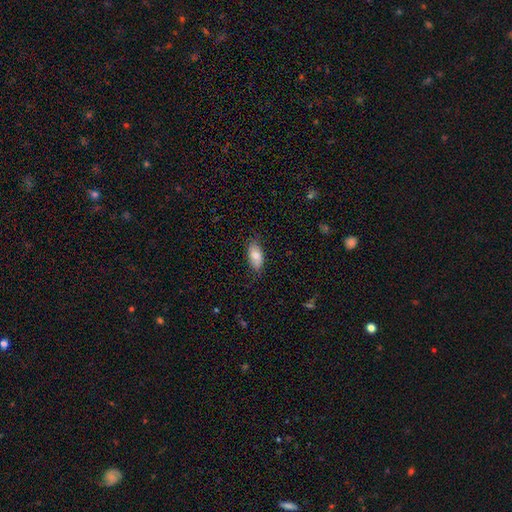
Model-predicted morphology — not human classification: Smooth or featured? smooth (79%)
How rounded? in between (91%)
Merging? none (78%)